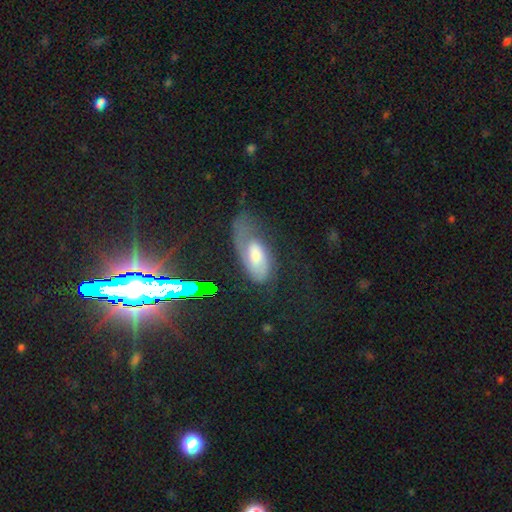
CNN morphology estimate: Smooth or featured? Predicted: featured or disk (p=0.49). Merging? Predicted: none (p=0.36).